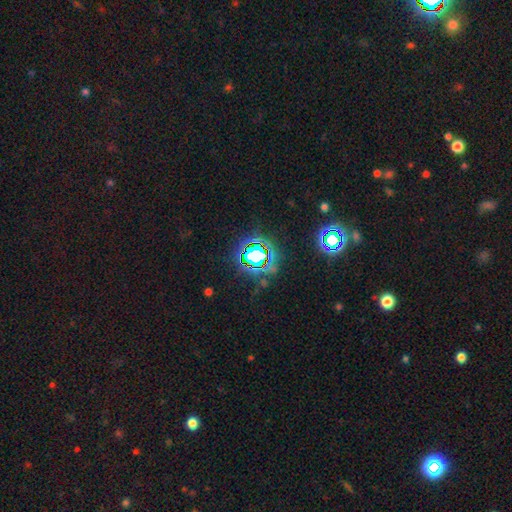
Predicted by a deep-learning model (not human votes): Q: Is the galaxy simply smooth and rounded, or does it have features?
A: star or artifact — 70%.